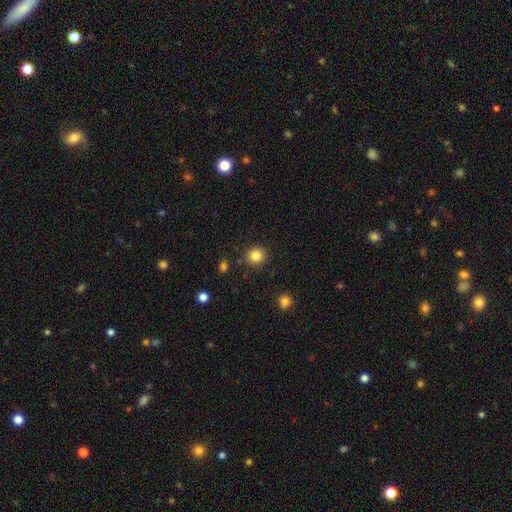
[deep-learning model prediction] Q: Smooth or featured?
A: smooth (84%); runner-up: star or artifact (11%)
Q: How rounded?
A: round (88%); runner-up: in between (11%)
Q: Merging?
A: none (89%); runner-up: minor disturbance (7%)